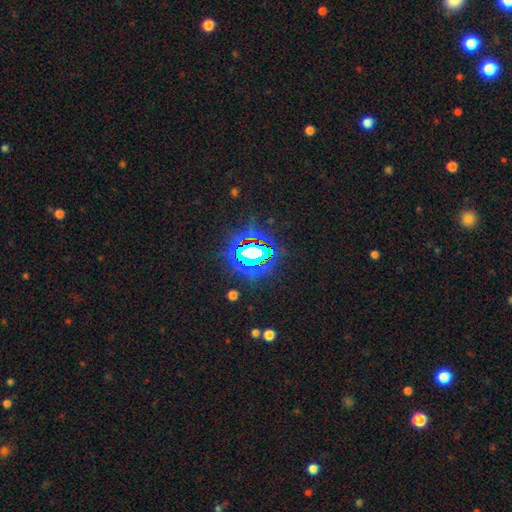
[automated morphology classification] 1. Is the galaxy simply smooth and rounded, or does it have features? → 73% star or artifact, 15% smooth, 12% featured or disk.